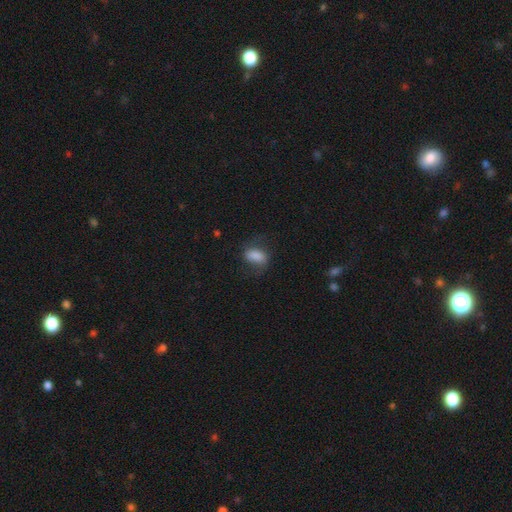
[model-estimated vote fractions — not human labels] The model was most divided on "merging": none: 58%, minor disturbance: 24%, major disturbance: 16%, merger: 2%. More confident: how rounded — in between (85%); smooth or featured — smooth (77%).